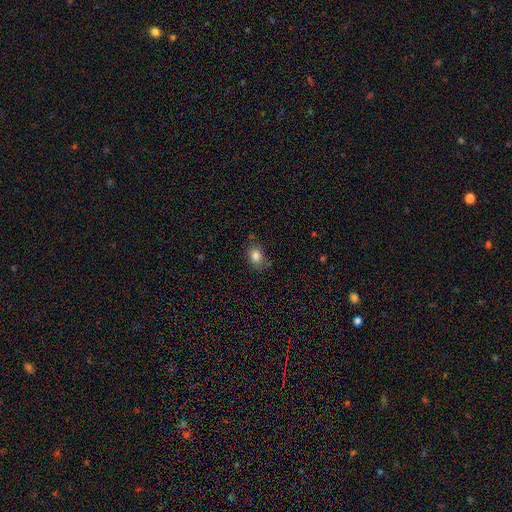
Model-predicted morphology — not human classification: smooth-or-featured: smooth: 83% | star or artifact: 10% | featured or disk: 7%
  how-rounded: in between: 64% | round: 35% | cigar-shaped: 1%
  merging: none: 76% | minor disturbance: 18% | major disturbance: 4% | merger: 3%